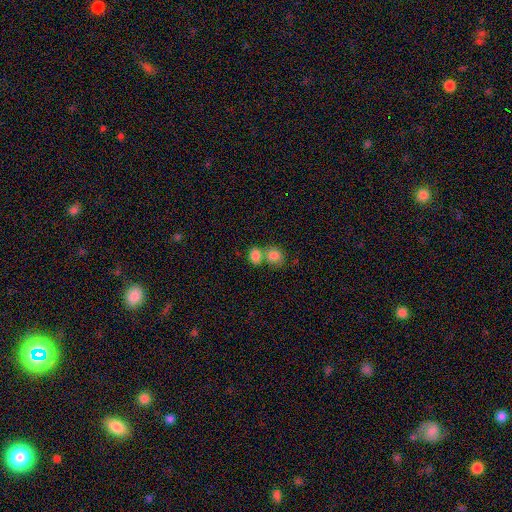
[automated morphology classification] A smooth galaxy with no disk features (83%) that is round (54%).

Vote fractions:
- Smooth or featured? smooth: 83% / star or artifact: 9% / featured or disk: 7%
- How rounded? round: 54% / in between: 45% / cigar-shaped: 1%
- Merging? merger: 51% / none: 37% / minor disturbance: 8% / major disturbance: 4%